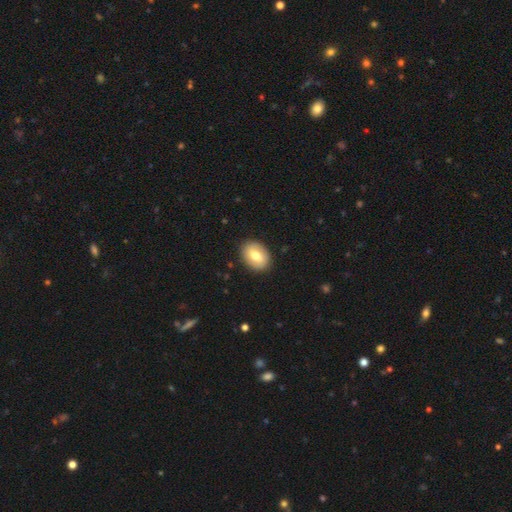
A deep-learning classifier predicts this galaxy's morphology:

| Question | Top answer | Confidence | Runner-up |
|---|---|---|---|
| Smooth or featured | smooth | 69% | featured or disk (25%) |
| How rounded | in between | 76% | round (23%) |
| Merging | none | 88% | minor disturbance (9%) |